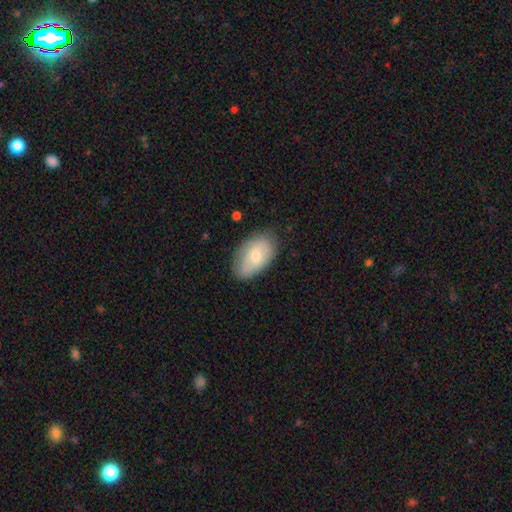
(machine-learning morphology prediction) smooth-or-featured: smooth: 71% | featured or disk: 22% | star or artifact: 6%
  how-rounded: in between: 93% | round: 5% | cigar-shaped: 2%
  merging: none: 76% | minor disturbance: 19% | major disturbance: 4% | merger: 1%